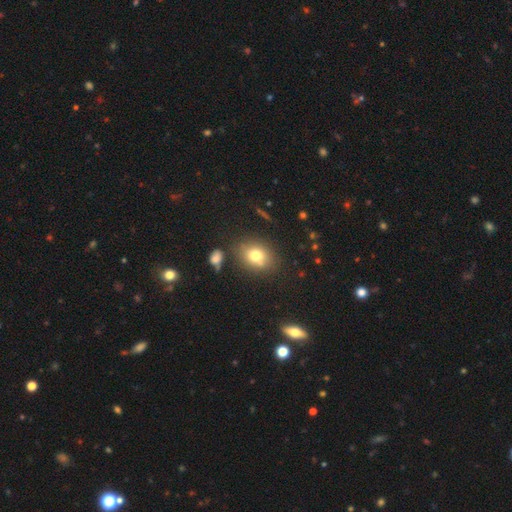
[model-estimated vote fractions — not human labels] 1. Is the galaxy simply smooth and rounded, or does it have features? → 75% smooth, 13% featured or disk, 12% star or artifact.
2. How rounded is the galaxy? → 51% in between, 48% round, 1% cigar-shaped.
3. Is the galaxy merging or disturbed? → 76% none, 13% minor disturbance, 6% merger, 4% major disturbance.